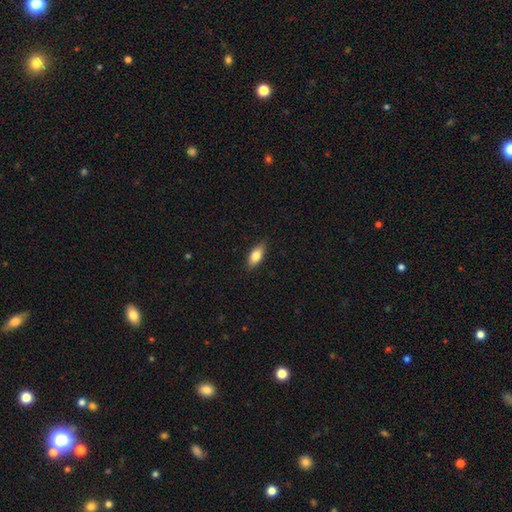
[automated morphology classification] This appears to be a smooth galaxy with no disk features (78%) that is in between round and cigar-shaped (84%). Merging: none (85%).